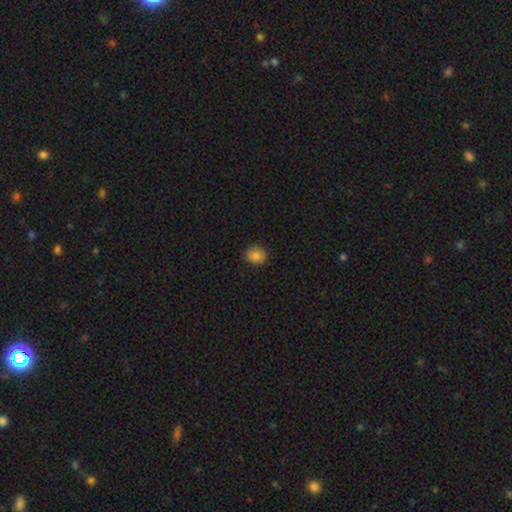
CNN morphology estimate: This is clearly a smooth galaxy (85%). How rounded: likely round (64%). Merging: clearly none (84%).